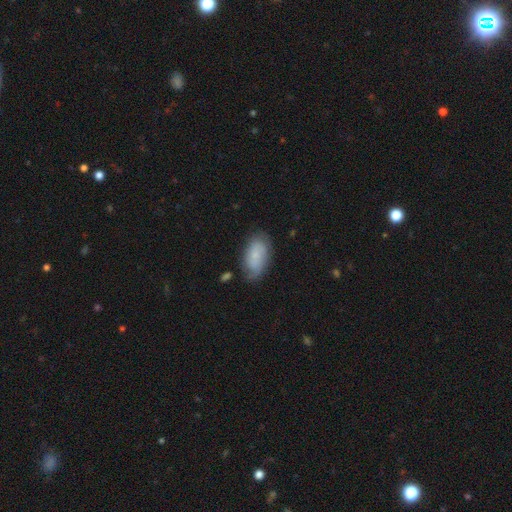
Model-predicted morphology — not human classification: type=smooth (65%); roundness=in between (93%); merging=none (67%).